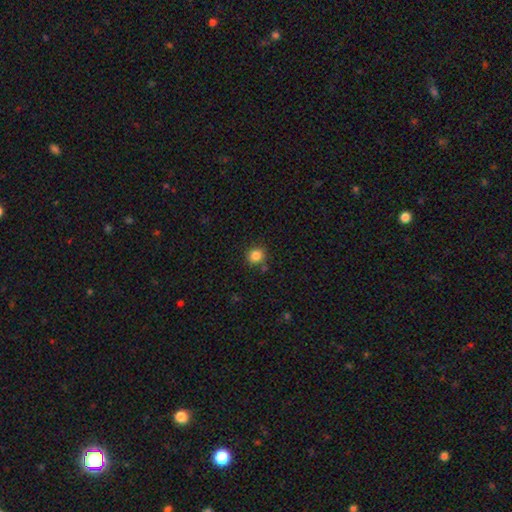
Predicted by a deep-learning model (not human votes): Smooth or featured? Predicted: smooth (p=0.84). How rounded? Predicted: round (p=0.90). Merging? Predicted: none (p=0.82).